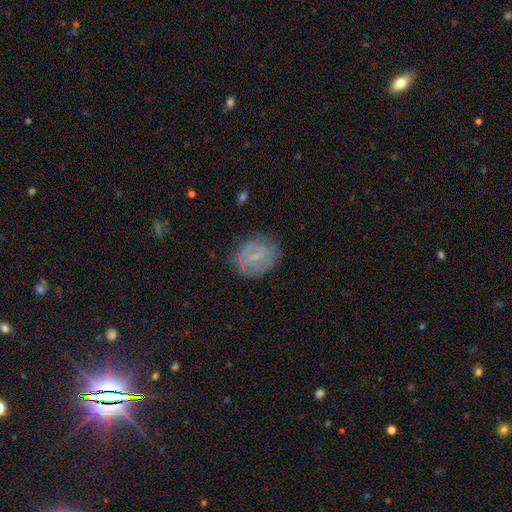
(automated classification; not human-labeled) smooth-or-featured: featured or disk: 48% | smooth: 41% | star or artifact: 10%
  merging: none: 73% | minor disturbance: 18% | major disturbance: 8% | merger: 1%